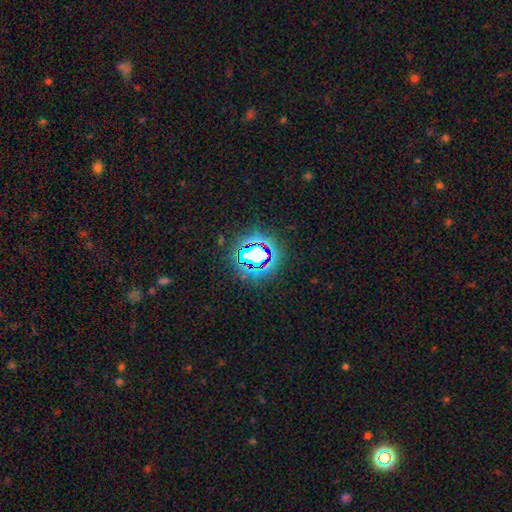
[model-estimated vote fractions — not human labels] Morphology: type=star or artifact (67%).